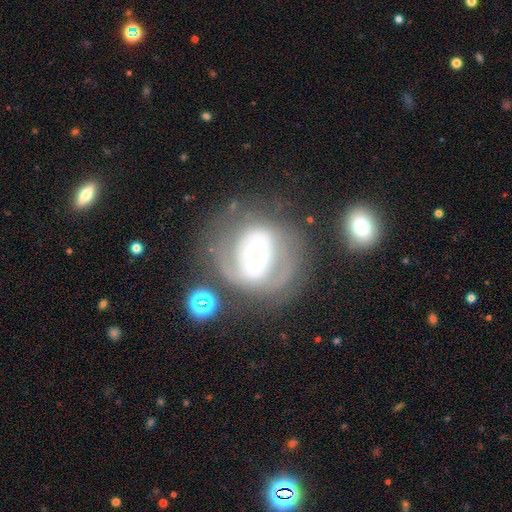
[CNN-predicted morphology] smooth-or-featured: featured or disk: 69% | smooth: 23% | star or artifact: 8%
  disk-edge-on: no: 96% | yes: 4%
    bar: no: 54% | weak: 29% | strong: 16%
    has-spiral-arms: yes: 61% | no: 39%
    bulge-size: moderate: 64% | large: 17% | small: 16% | dominant: 2% | none: 1%
  merging: none: 58% | minor disturbance: 18% | major disturbance: 17% | merger: 7%